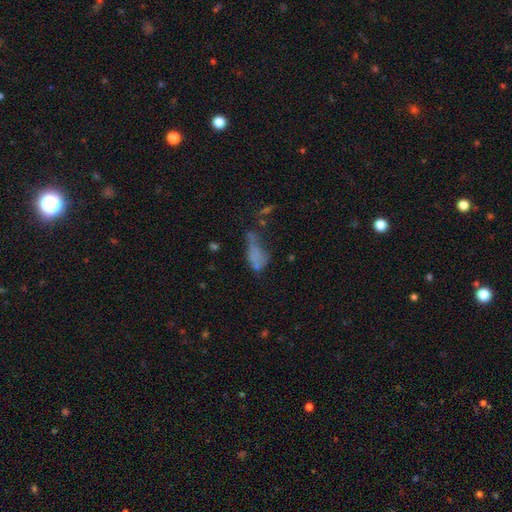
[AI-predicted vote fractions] Smooth or featured: smooth — 51% (featured or disk — 29%)
How rounded: in between — 73% (cigar-shaped — 20%)
Merging: major disturbance — 35% (none — 25%)